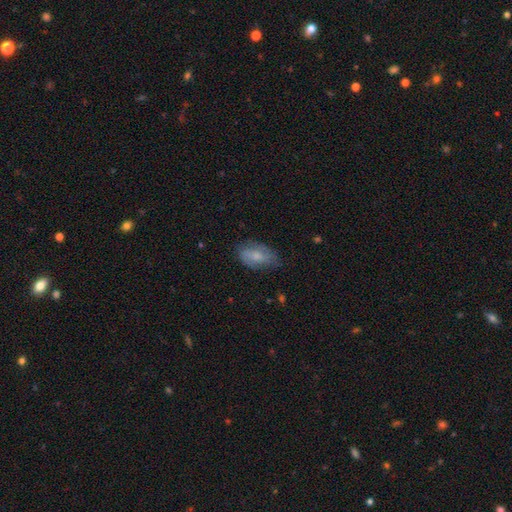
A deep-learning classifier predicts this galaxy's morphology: This is possibly a smooth galaxy (59%). How rounded: clearly in between (90%). Merging: likely none (64%).